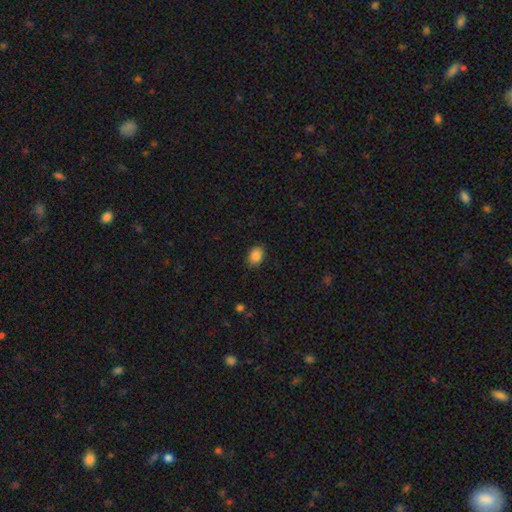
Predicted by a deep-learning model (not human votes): Smooth or featured? smooth (87%)
How rounded? in between (72%)
Merging? none (85%)